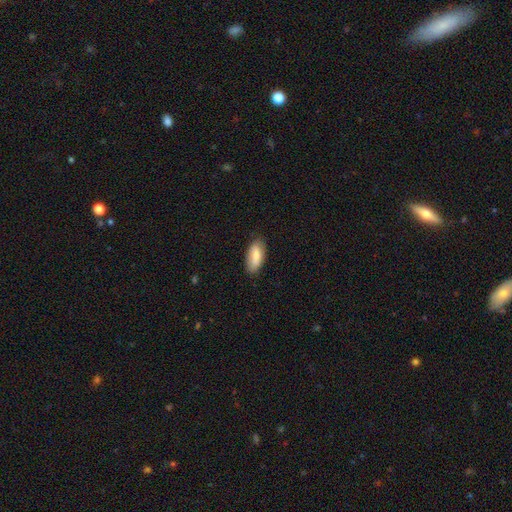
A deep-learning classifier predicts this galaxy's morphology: Smooth or featured? smooth (78%)
How rounded? in between (87%)
Merging? none (81%)